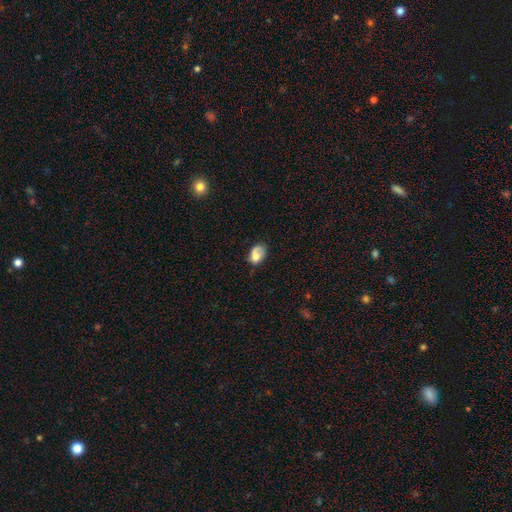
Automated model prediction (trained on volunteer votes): smooth-or-featured: smooth: 63% | featured or disk: 28% | star or artifact: 9%
  how-rounded: in between: 78% | round: 21% | cigar-shaped: 1%
  merging: none: 39% | minor disturbance: 32% | major disturbance: 24% | merger: 6%